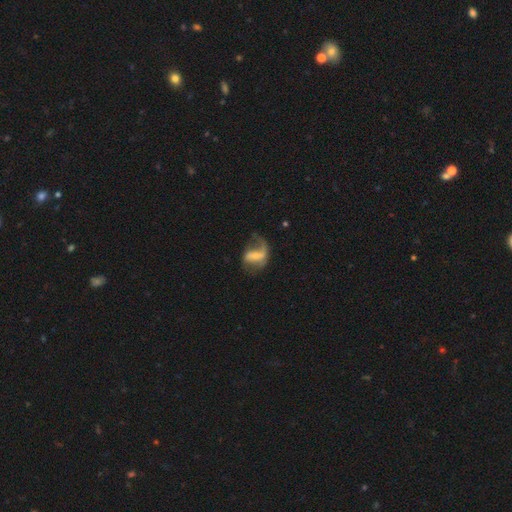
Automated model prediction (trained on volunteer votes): The model was most divided on "bulge size": none: 36%, small: 35%, moderate: 20%, large: 7%, dominant: 2%. Remaining: edge-on disk — no (96%); spiral arms — yes (75%); smooth or featured — featured or disk (62%); merging — major disturbance (46%); bar — weak (37%).